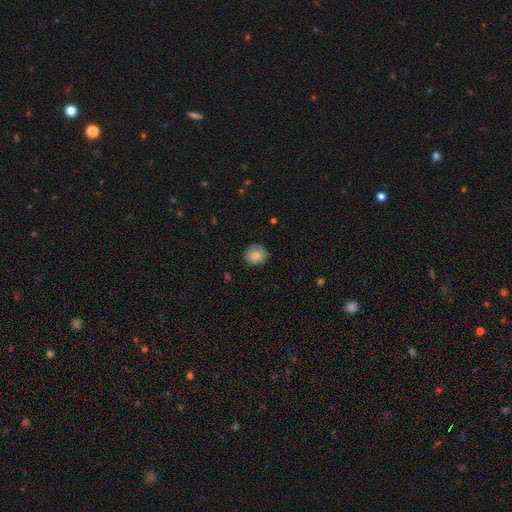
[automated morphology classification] type=smooth (82%); roundness=round (81%); merging=none (89%).